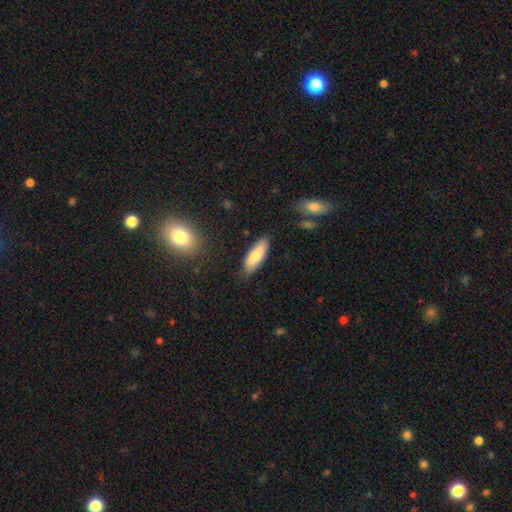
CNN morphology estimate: Overall: smooth (79%). How rounded: in between (68%; cigar-shaped 31%). Merging: none (82%).